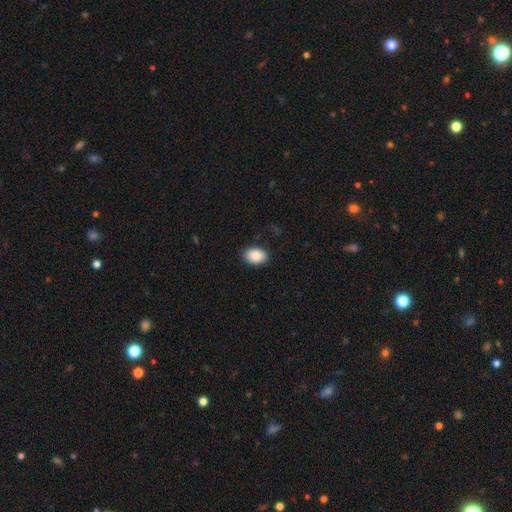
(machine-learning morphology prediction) Smooth or featured?
  - smooth: 87% *
  - star or artifact: 8%
  - featured or disk: 5%
How rounded?
  - in between: 81% *
  - round: 19%
  - cigar-shaped: 1%
Merging?
  - none: 89% *
  - minor disturbance: 8%
  - major disturbance: 2%
  - merger: 1%